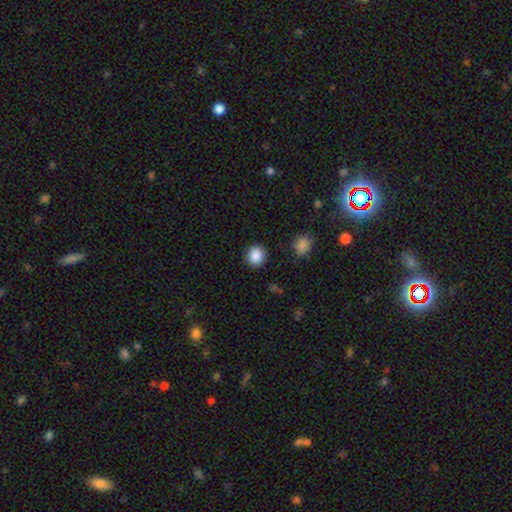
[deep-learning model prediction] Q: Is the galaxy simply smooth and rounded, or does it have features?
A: smooth — 88%.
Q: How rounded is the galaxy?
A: round — 87%.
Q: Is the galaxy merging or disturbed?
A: none — 89%.